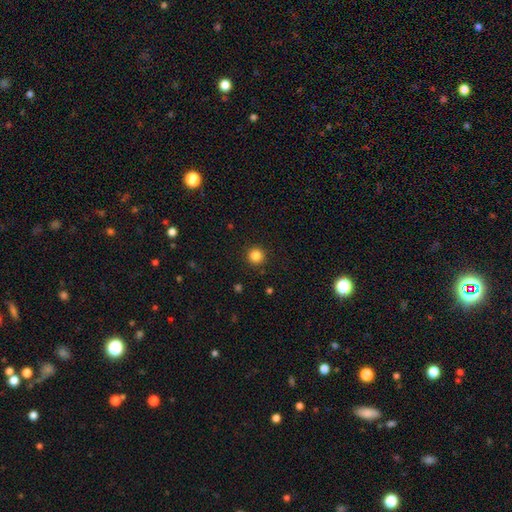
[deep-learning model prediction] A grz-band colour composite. It shows a smooth galaxy with no disk features (84%) that is round (96%). Merging: none (92%).